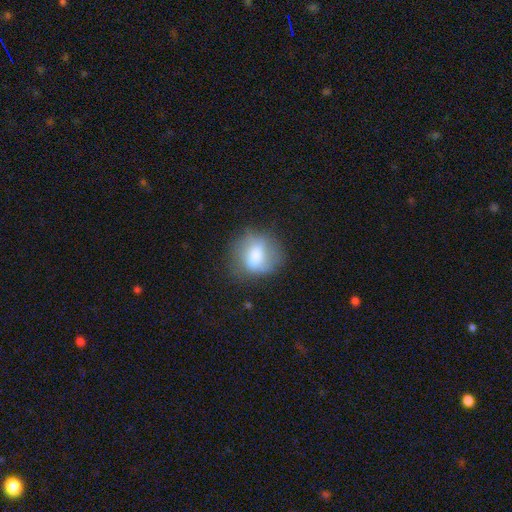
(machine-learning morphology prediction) Smooth or featured: smooth — 61% (featured or disk — 30%)
How rounded: round — 74% (in between — 24%)
Merging: none — 70% (minor disturbance — 21%)